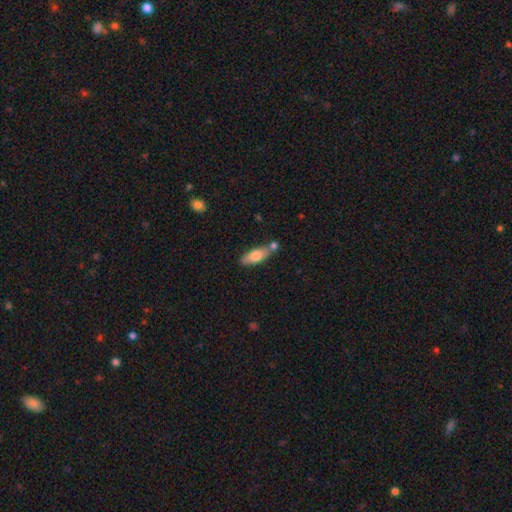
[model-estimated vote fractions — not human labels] smooth 72%, featured or disk 22%, star or artifact 6%. Down the decision tree: how rounded — in between (67%); merging — none (58%).